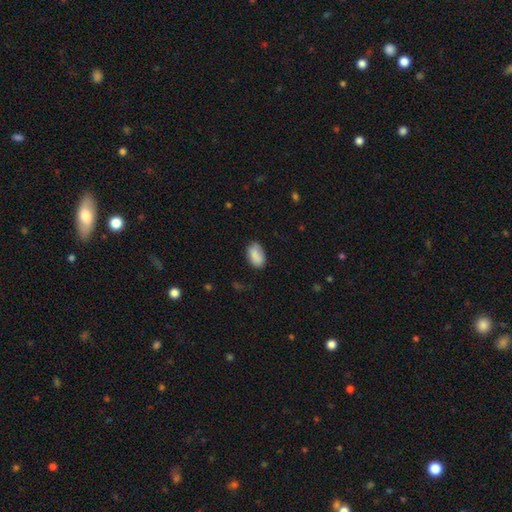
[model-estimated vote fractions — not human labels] smooth_or_featured: smooth (p=0.87) [alt: star or artifact p=0.07]
how_rounded: in between (p=0.93) [alt: round p=0.06]
merging: none (p=0.76) [alt: minor disturbance p=0.18]